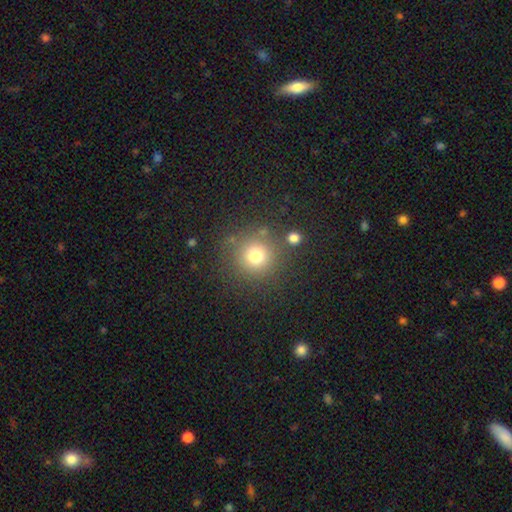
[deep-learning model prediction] The model was most divided on "smooth or featured": smooth: 75%, star or artifact: 16%, featured or disk: 9%. More confident: how rounded — round (94%); merging — none (82%).